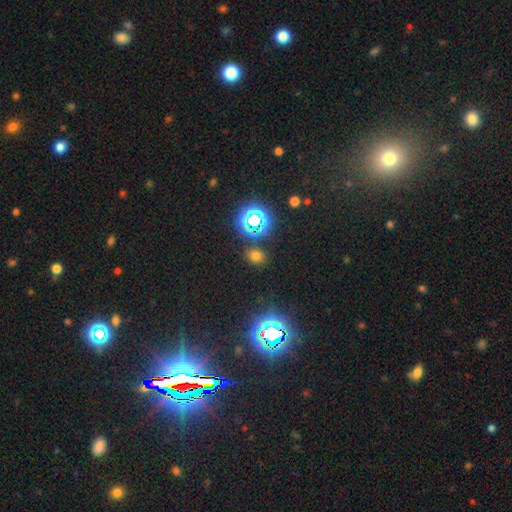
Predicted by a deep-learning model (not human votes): smooth_or_featured: smooth (p=0.59) [alt: star or artifact p=0.35]
how_rounded: round (p=0.61) [alt: in between p=0.38]
merging: none (p=0.85) [alt: minor disturbance p=0.08]